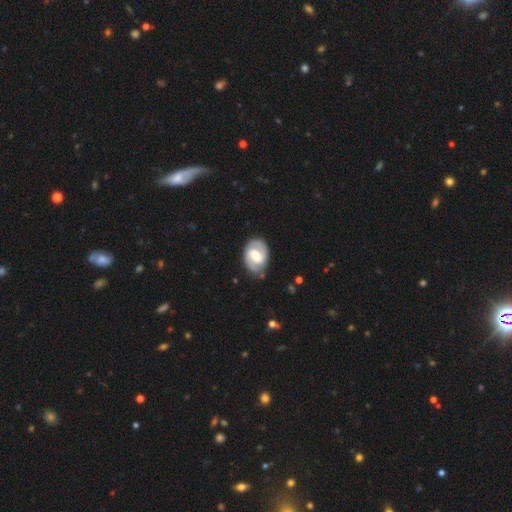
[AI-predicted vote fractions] A featured or disk galaxy (81%) with a weak bar (52%), 2 (89%) medium (45%) spiral arms (93%) and a moderate central bulge (57%).

Vote fractions:
- Smooth or featured? featured or disk: 81% / smooth: 15% / star or artifact: 5%
- Edge-on disk? no: 98% / yes: 2%
- Bar? weak: 52% / no: 24% / strong: 24%
- Spiral arms? yes: 93% / no: 7%
- Spiral winding? medium: 45% / tight: 44% / loose: 11%
- Spiral arm count? 2: 89% / can't tell: 5% / 1: 2% / 3: 2% / 4: 1% / more than 4: 1%
- Bulge size? moderate: 57% / small: 21% / large: 17% / none: 3% / dominant: 2%
- Merging? none: 79% / minor disturbance: 15% / major disturbance: 4% / merger: 2%